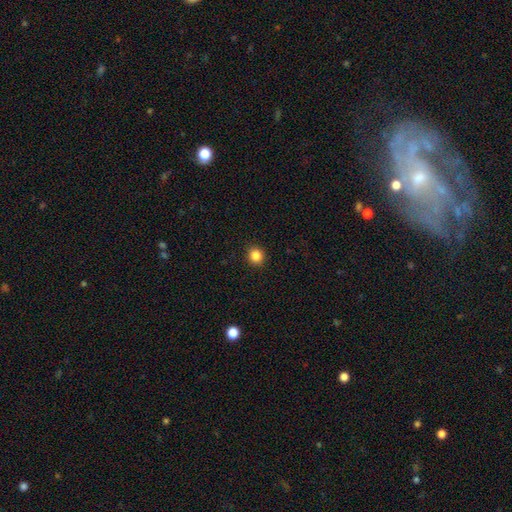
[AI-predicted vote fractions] Smooth or featured: smooth — 85% (star or artifact — 11%)
How rounded: round — 90% (in between — 9%)
Merging: none — 92% (minor disturbance — 5%)